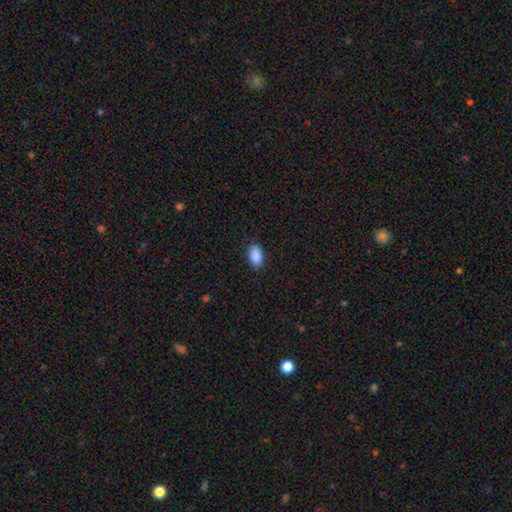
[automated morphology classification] This appears to be a smooth galaxy with no disk features (90%) that is in between round and cigar-shaped (93%). Merging: none (86%).